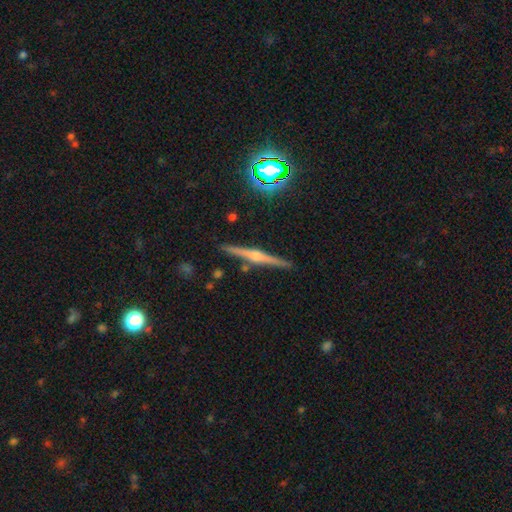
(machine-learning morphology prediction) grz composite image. It shows a featured or disk galaxy (77%) viewed edge-on (98%) with a rounded central bulge (86%). Merging: none (90%).